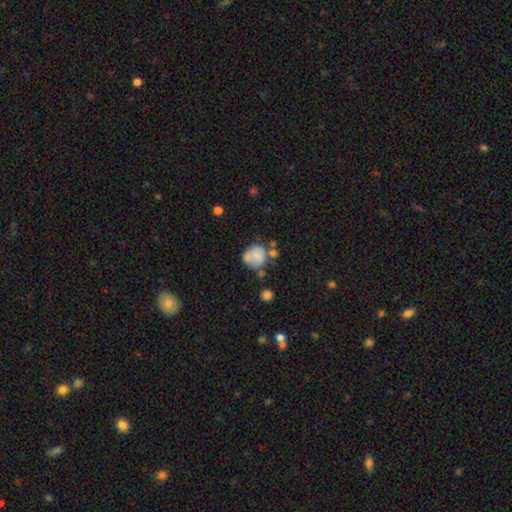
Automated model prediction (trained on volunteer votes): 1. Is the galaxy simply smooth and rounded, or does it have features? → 71% smooth, 20% featured or disk, 9% star or artifact.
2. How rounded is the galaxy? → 76% round, 23% in between, 1% cigar-shaped.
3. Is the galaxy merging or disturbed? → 44% none, 24% minor disturbance, 20% merger, 12% major disturbance.